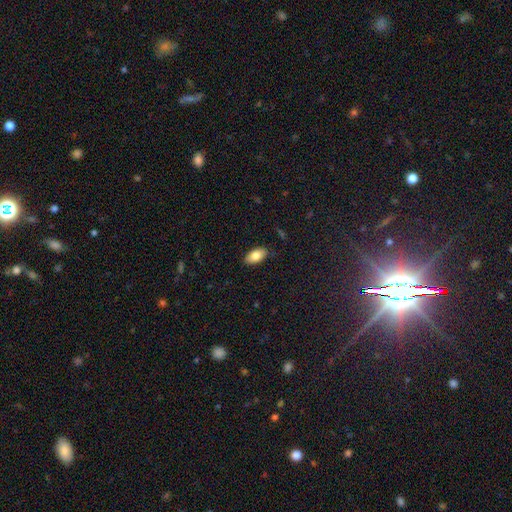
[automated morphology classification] Q: Smooth or featured?
A: smooth (82%); runner-up: featured or disk (11%)
Q: How rounded?
A: in between (93%); runner-up: cigar-shaped (4%)
Q: Merging?
A: none (86%); runner-up: minor disturbance (11%)